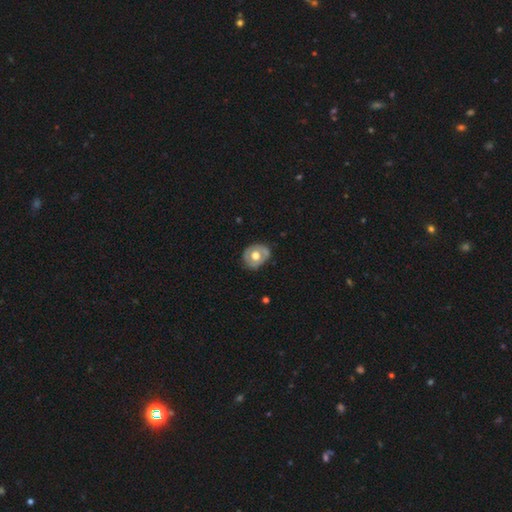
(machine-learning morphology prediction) Smooth or featured?
  - smooth: 48% *
  - featured or disk: 45%
  - star or artifact: 6%
Merging?
  - none: 71% *
  - minor disturbance: 22%
  - major disturbance: 5%
  - merger: 2%